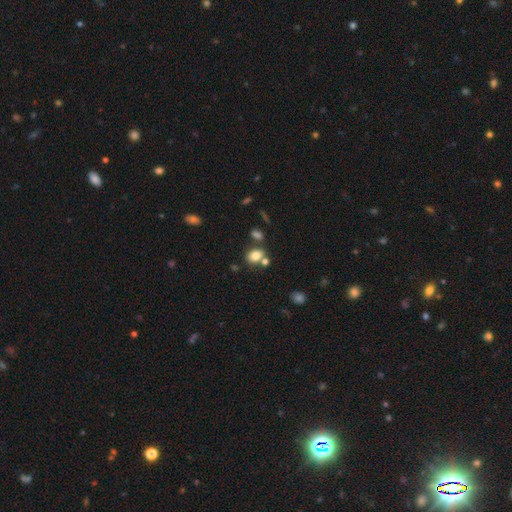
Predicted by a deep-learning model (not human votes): Smooth or featured? smooth (80%)
How rounded? in between (61%)
Merging? none (61%)